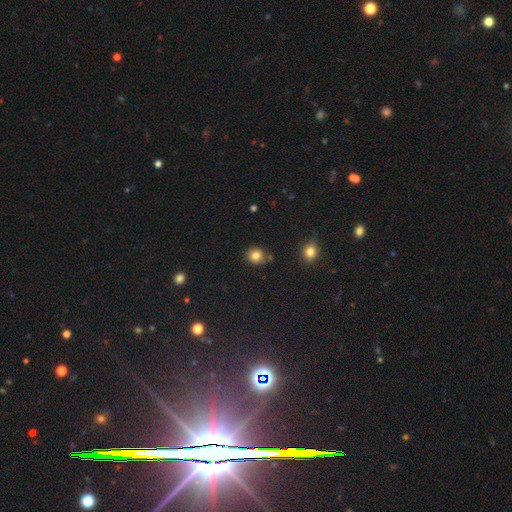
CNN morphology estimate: Smooth or featured?
  - smooth: 81% *
  - star or artifact: 12%
  - featured or disk: 7%
How rounded?
  - round: 79% *
  - in between: 20%
  - cigar-shaped: 1%
Merging?
  - none: 77% *
  - minor disturbance: 14%
  - merger: 6%
  - major disturbance: 3%